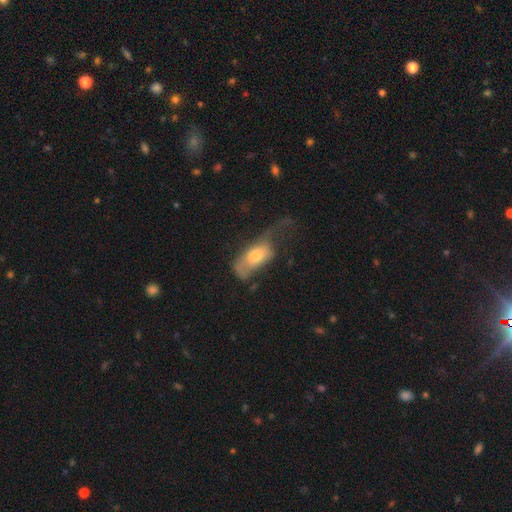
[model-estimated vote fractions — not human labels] smooth-or-featured: smooth: 52% | featured or disk: 40% | star or artifact: 8%
  how-rounded: in between: 80% | cigar-shaped: 13% | round: 6%
  merging: major disturbance: 54% | minor disturbance: 22% | none: 20% | merger: 4%